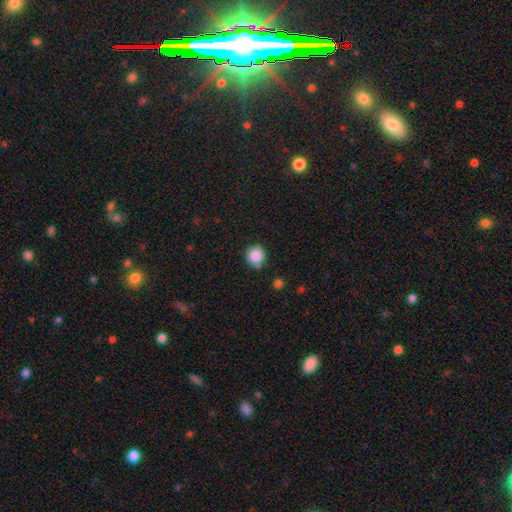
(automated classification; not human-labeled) Smooth or featured: smooth — 87% (star or artifact — 9%)
How rounded: round — 90% (in between — 9%)
Merging: none — 79% (minor disturbance — 15%)